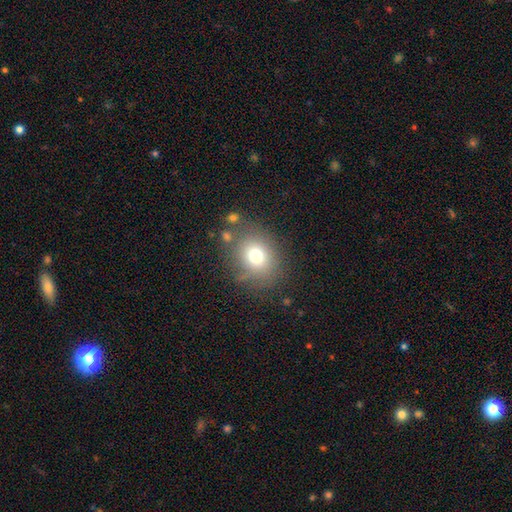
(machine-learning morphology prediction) This is likely a smooth galaxy (74%). How rounded: likely round (67%). Merging: likely none (75%).